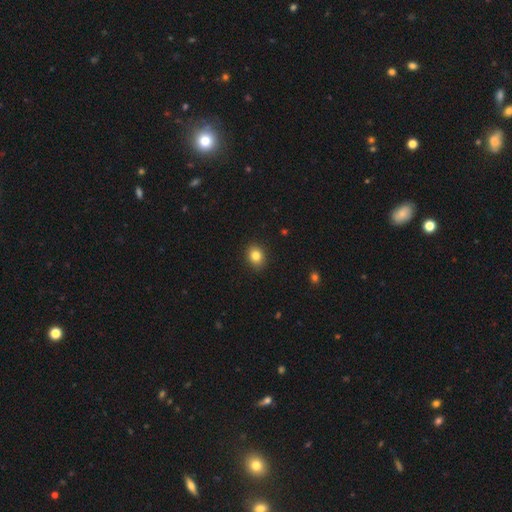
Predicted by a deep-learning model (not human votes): The model was most divided on "how rounded": round: 52%, in between: 47%, cigar-shaped: 1%. More confident: merging — none (90%); smooth or featured — smooth (83%).